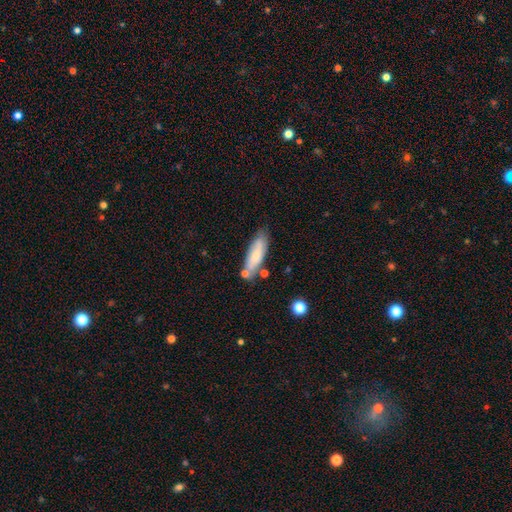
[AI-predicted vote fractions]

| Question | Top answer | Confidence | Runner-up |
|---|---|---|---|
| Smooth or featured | smooth | 68% | featured or disk (25%) |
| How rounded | cigar-shaped | 49% | tied: in between (49%) |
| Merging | none | 63% | minor disturbance (20%) |